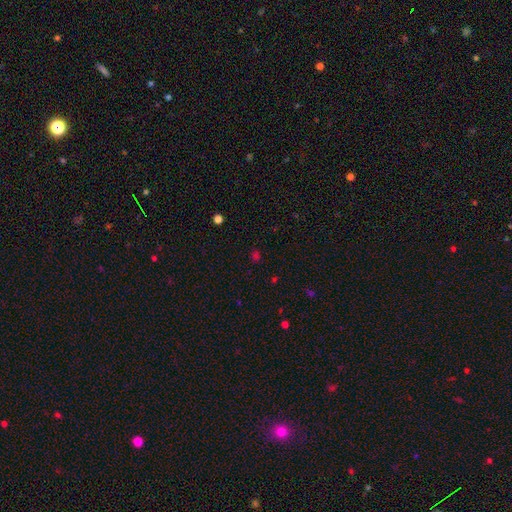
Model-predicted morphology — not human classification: The model was most divided on "smooth or featured": smooth: 54%, star or artifact: 41%, featured or disk: 5%. More confident: merging — none (82%); how rounded — round (71%).